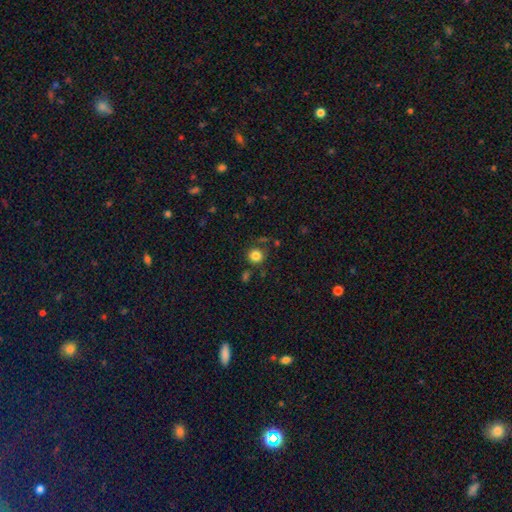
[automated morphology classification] The model was most divided on "smooth or featured": smooth: 83%, star or artifact: 12%, featured or disk: 5%. More confident: how rounded — round (91%); merging — none (82%).